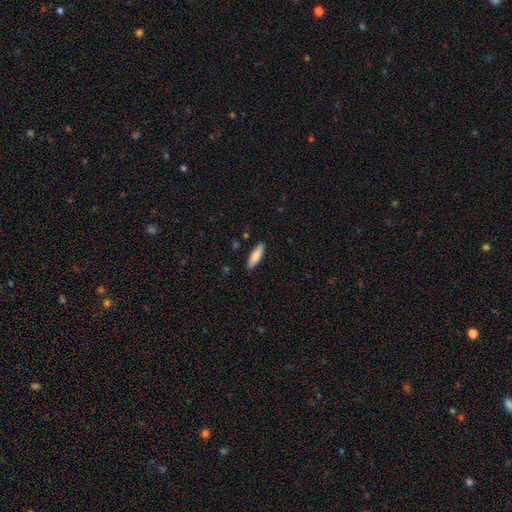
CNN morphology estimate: smooth_or_featured: smooth (p=0.81) [alt: featured or disk p=0.13]
how_rounded: cigar-shaped (p=0.62) [alt: in between p=0.36]
merging: none (p=0.89) [alt: minor disturbance p=0.08]